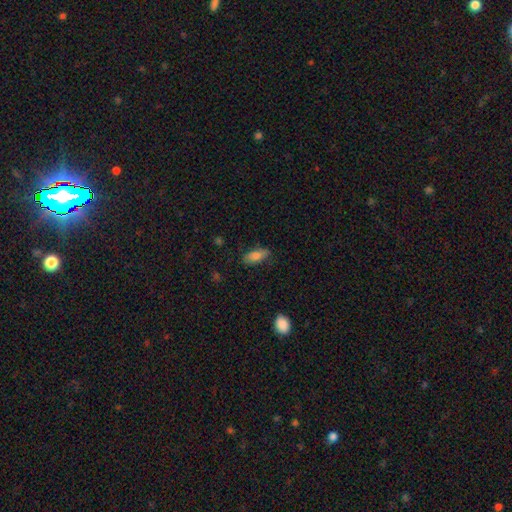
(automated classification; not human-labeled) Morphology: type=smooth (83%); roundness=in between (80%); merging=none (78%).